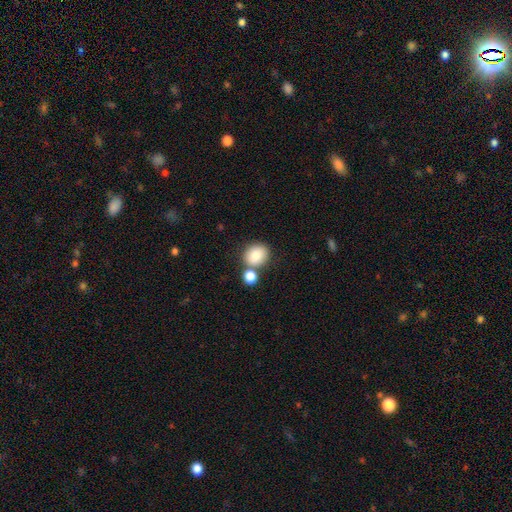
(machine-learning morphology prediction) Smooth or featured? smooth (83%)
How rounded? round (62%)
Merging? none (60%)